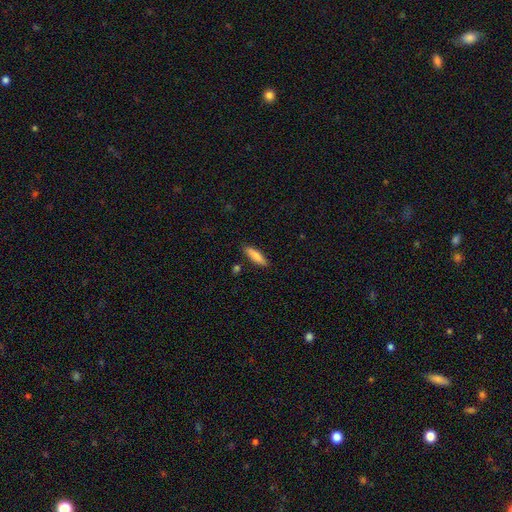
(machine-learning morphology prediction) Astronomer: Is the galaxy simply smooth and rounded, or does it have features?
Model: smooth — 83%.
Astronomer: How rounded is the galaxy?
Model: cigar-shaped — 65%.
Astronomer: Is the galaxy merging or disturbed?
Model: none — 86%.